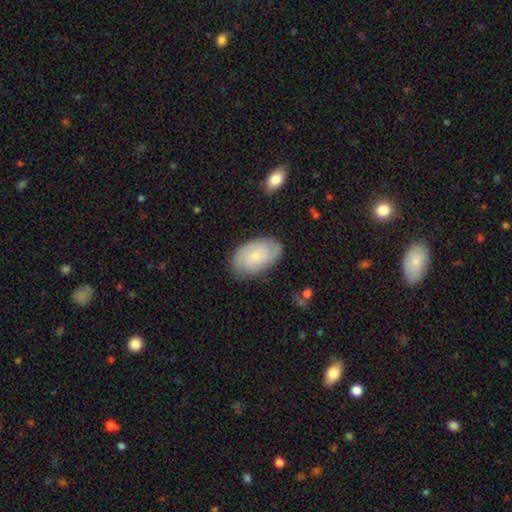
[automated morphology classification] The model was most divided on "smooth or featured": smooth: 49%, featured or disk: 44%, star or artifact: 7%. More confident: merging — none (77%).